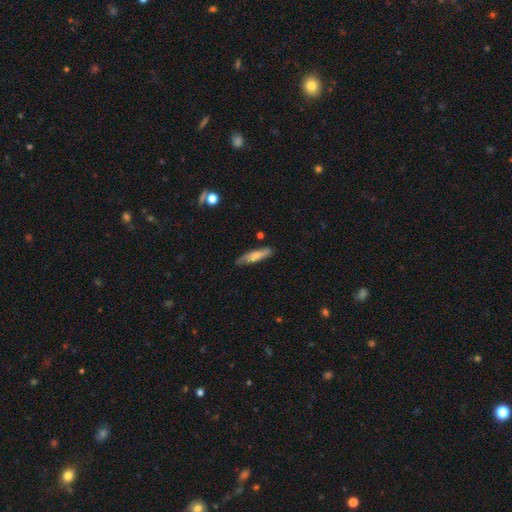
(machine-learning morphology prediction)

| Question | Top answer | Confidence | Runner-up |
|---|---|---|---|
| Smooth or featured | smooth | 61% | featured or disk (33%) |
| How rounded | cigar-shaped | 73% | in between (25%) |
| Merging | none | 70% | minor disturbance (22%) |